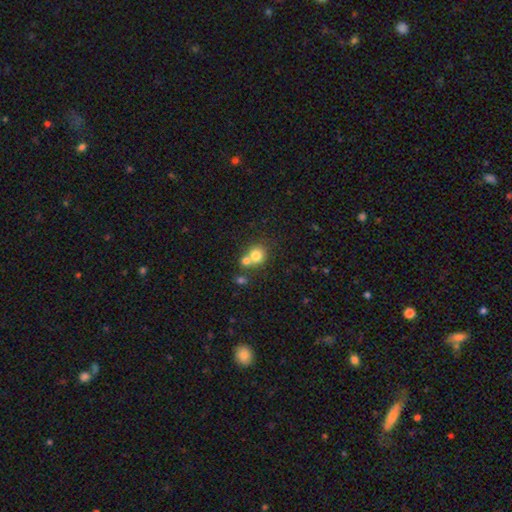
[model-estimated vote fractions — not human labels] A smooth galaxy with no disk features (78%) that is round (83%). Merging: merger (45%).